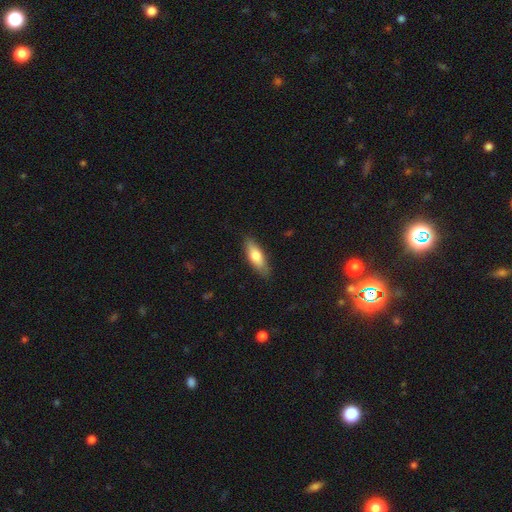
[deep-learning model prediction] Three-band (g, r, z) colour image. It shows a smooth galaxy with no disk features (69%) that is in between round and cigar-shaped (57%). Merging: none (85%).